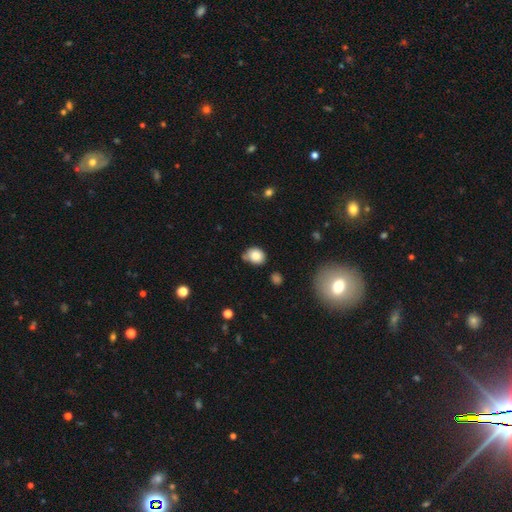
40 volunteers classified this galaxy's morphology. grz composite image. It shows a smooth galaxy with no disk features (85%) that is in between round and cigar-shaped (68%). Merging: none (53%).